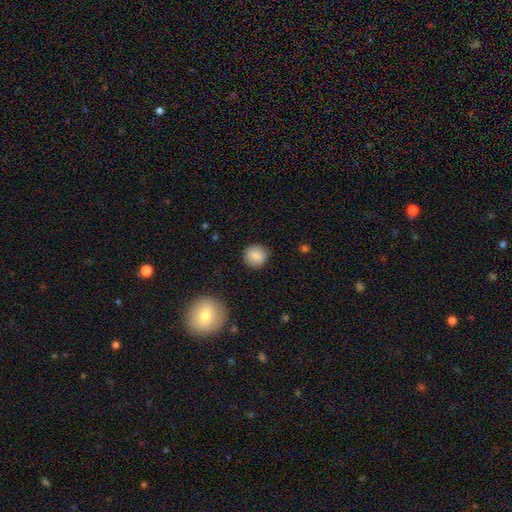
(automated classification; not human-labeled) smooth 86%, star or artifact 8%, featured or disk 6%. Down the decision tree: how rounded — round (93%); merging — none (90%).